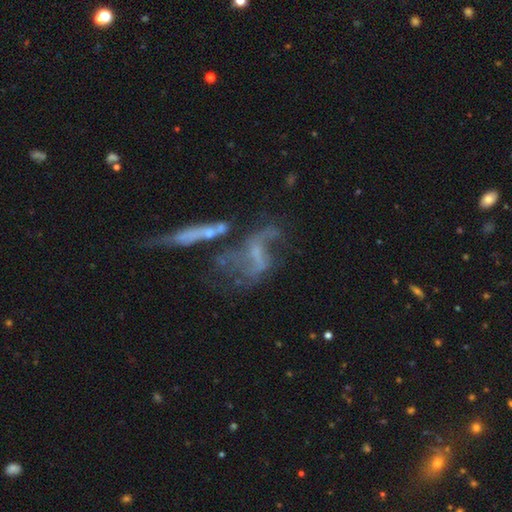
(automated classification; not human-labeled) A featured or disk galaxy (68%) with no bar (51%), spiral arms (58%) and no central bulge (47%). Merging: merger (37%).